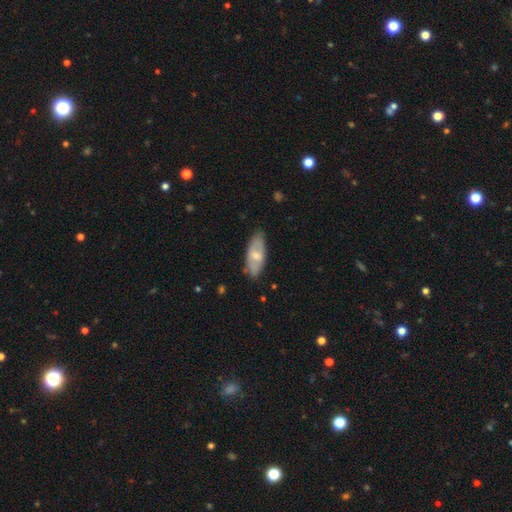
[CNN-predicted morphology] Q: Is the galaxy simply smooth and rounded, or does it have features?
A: smooth — 57%.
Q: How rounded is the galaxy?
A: in between — 83%.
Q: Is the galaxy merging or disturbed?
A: none — 75%.